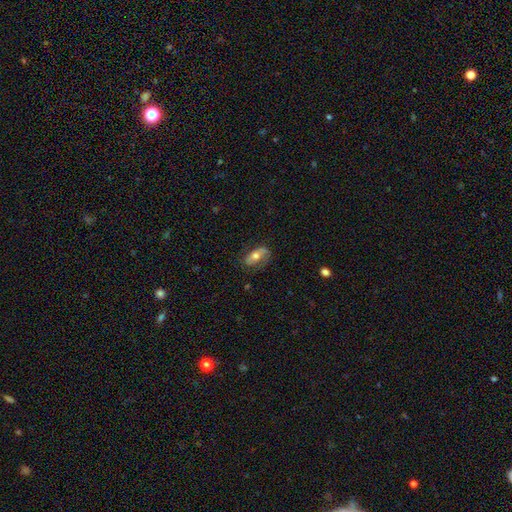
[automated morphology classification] A smooth galaxy with no disk features (50%). Merging: none (65%).